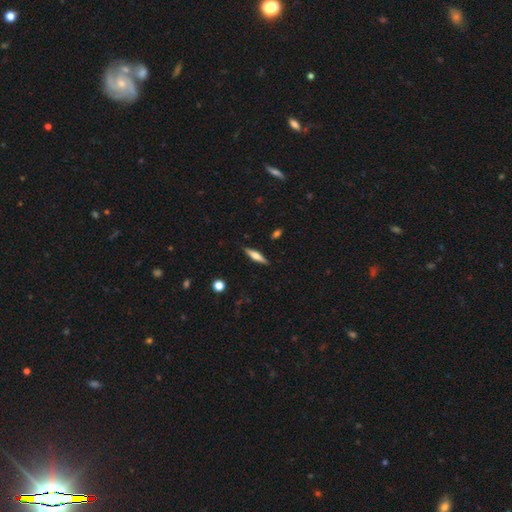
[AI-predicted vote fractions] Q: Smooth or featured?
A: featured or disk (48%); runner-up: smooth (46%)
Q: Merging?
A: none (88%); runner-up: minor disturbance (9%)